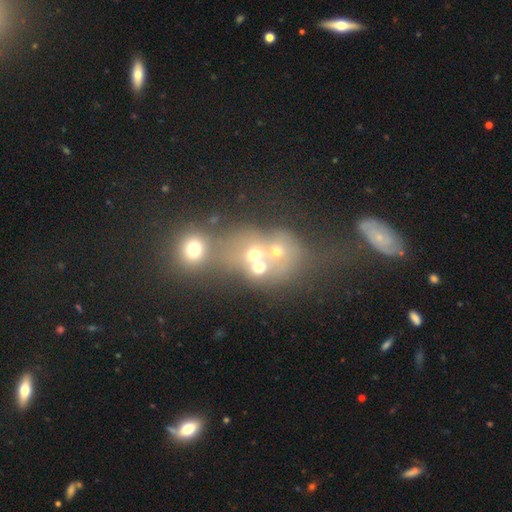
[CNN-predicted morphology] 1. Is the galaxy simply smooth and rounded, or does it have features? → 49% smooth, 26% star or artifact, 24% featured or disk.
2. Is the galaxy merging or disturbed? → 53% merger, 30% none, 9% major disturbance, 8% minor disturbance.